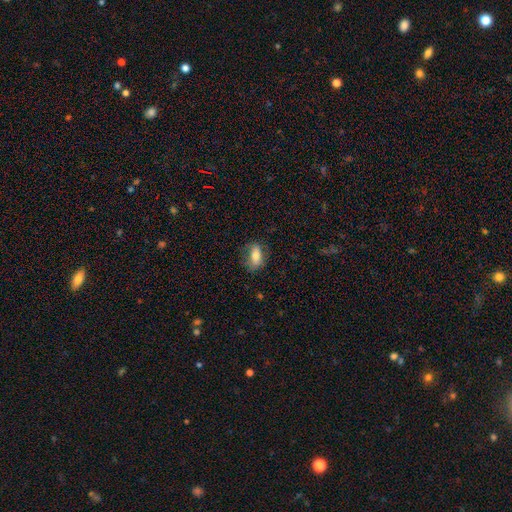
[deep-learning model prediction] This appears to be a smooth galaxy with no disk features (69%) that is in between round and cigar-shaped (79%). Merging: none (73%).